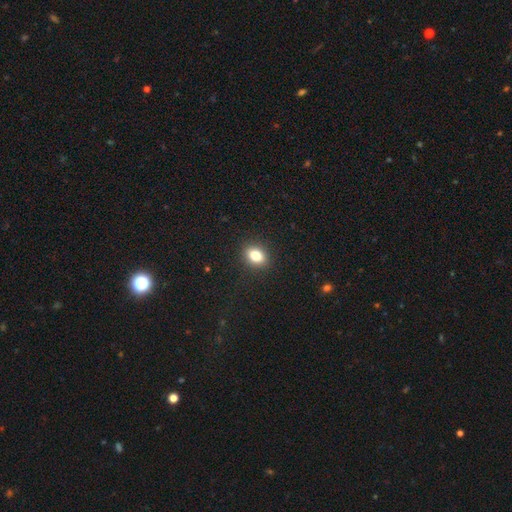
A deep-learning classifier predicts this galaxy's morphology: Overall: smooth (82%). How rounded: in between (62%; round 37%). Merging: none (90%).